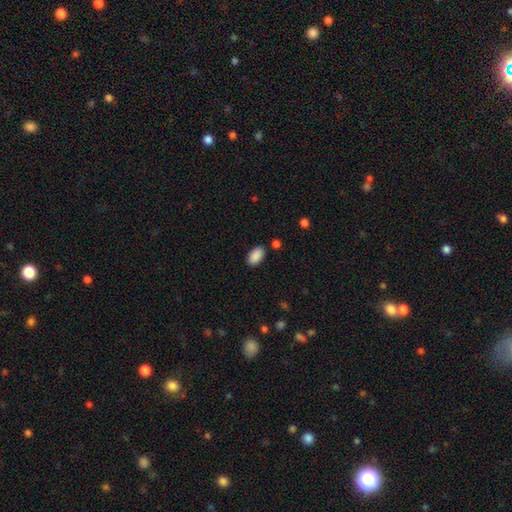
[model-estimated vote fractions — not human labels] The model was most divided on "merging": none: 85%, minor disturbance: 10%, merger: 3%, major disturbance: 3%. More confident: how rounded — in between (95%); smooth or featured — smooth (90%).